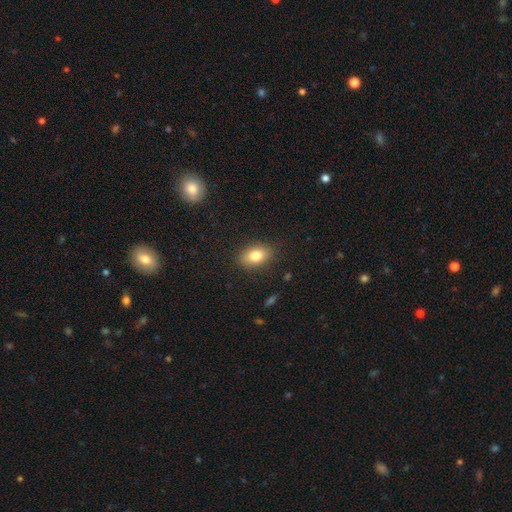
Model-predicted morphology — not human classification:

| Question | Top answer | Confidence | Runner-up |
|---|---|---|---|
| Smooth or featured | smooth | 80% | featured or disk (10%) |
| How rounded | in between | 82% | round (16%) |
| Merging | none | 85% | minor disturbance (11%) |